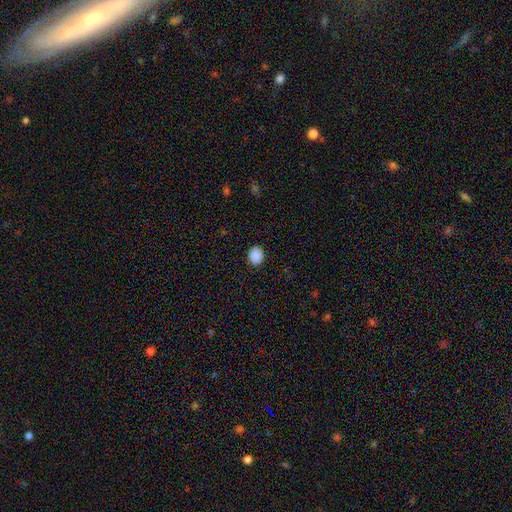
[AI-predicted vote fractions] smooth 89%, star or artifact 9%, featured or disk 2%. Down the decision tree: how rounded — round (61%); merging — none (91%).